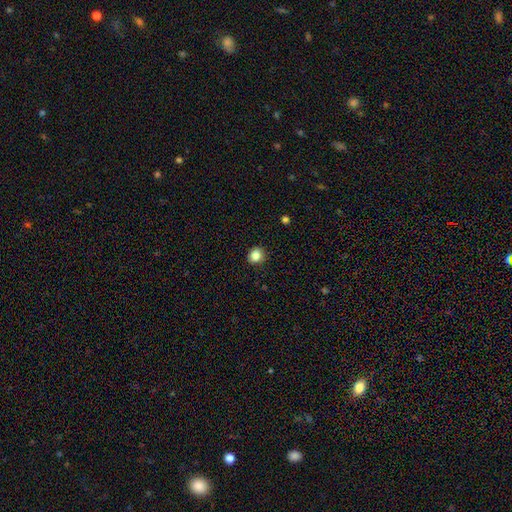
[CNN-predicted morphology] A smooth galaxy with no disk features (84%) that is round (87%).

Vote fractions:
- Smooth or featured? smooth: 84% / star or artifact: 11% / featured or disk: 5%
- How rounded? round: 87% / in between: 12% / cigar-shaped: 1%
- Merging? none: 91% / minor disturbance: 7% / major disturbance: 2% / merger: 1%